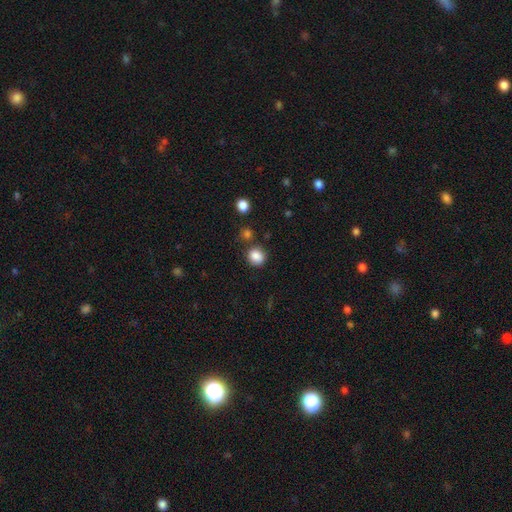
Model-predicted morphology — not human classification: Smooth or featured? smooth (86%)
How rounded? round (77%)
Merging? none (78%)